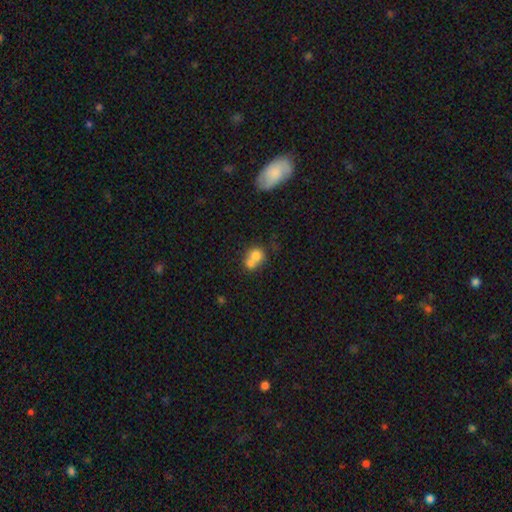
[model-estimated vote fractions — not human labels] Overall: smooth (71%). How rounded: round (66%; in between 33%). Merging: merger (66%).